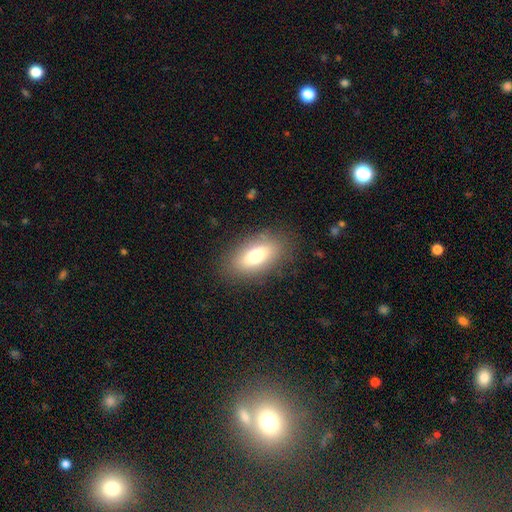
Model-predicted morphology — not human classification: smooth-or-featured: smooth: 73% | featured or disk: 19% | star or artifact: 9%
  how-rounded: in between: 88% | cigar-shaped: 7% | round: 6%
  merging: none: 83% | minor disturbance: 11% | major disturbance: 4% | merger: 1%